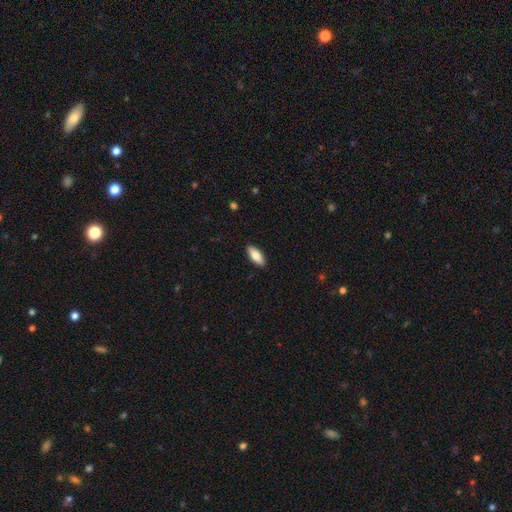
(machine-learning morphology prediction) This is likely a smooth galaxy (76%). How rounded: likely in between (77%). Merging: clearly none (90%).